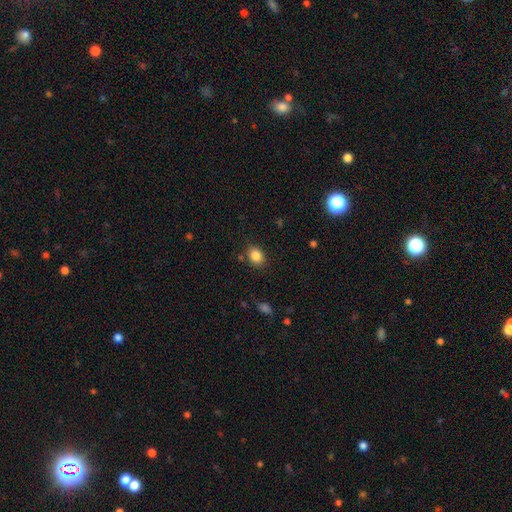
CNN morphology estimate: Smooth or featured? Predicted: smooth (p=0.85). How rounded? Predicted: in between (p=0.51). Merging? Predicted: none (p=0.84).